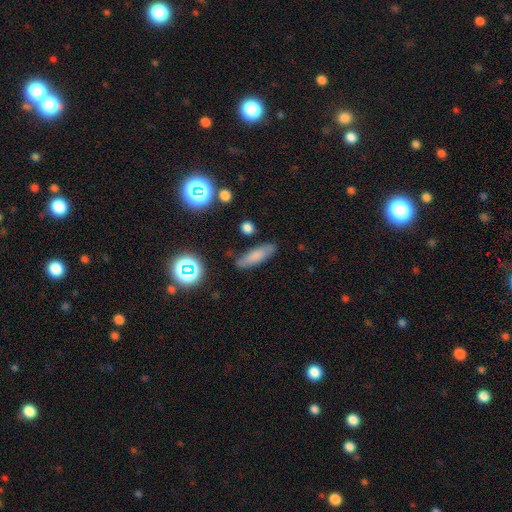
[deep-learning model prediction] Q: Smooth or featured?
A: smooth (74%); runner-up: featured or disk (15%)
Q: How rounded?
A: cigar-shaped (53%); runner-up: in between (44%)
Q: Merging?
A: none (81%); runner-up: minor disturbance (13%)